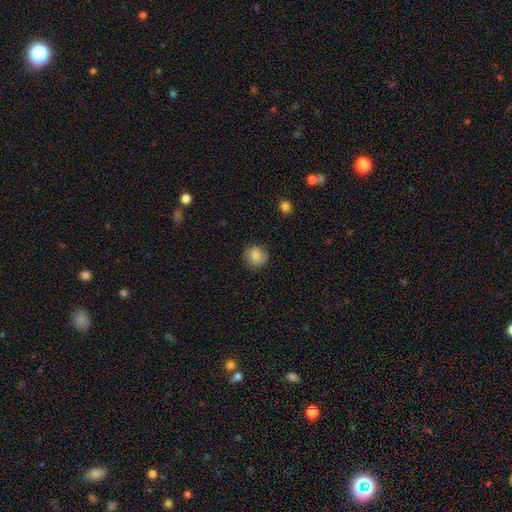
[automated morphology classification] Smooth or featured? Predicted: smooth (p=0.81). How rounded? Predicted: round (p=0.89). Merging? Predicted: none (p=0.82).